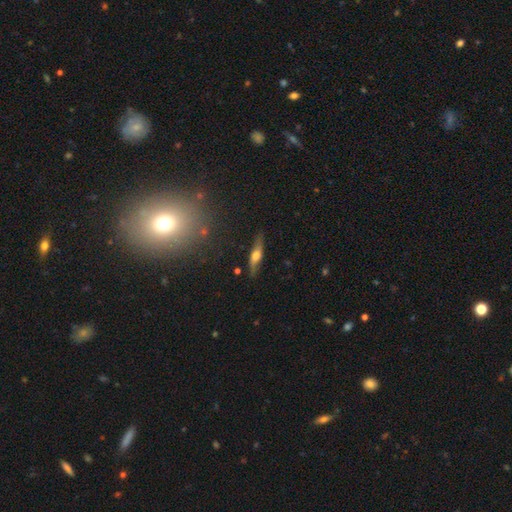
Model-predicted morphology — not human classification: A featured or disk galaxy (55%) viewed edge-on (87%).

Vote fractions:
- Smooth or featured? featured or disk: 55% / smooth: 39% / star or artifact: 7%
- Edge-on disk? yes: 87% / no: 13%
- Merging? none: 80% / minor disturbance: 15% / major disturbance: 3% / merger: 2%